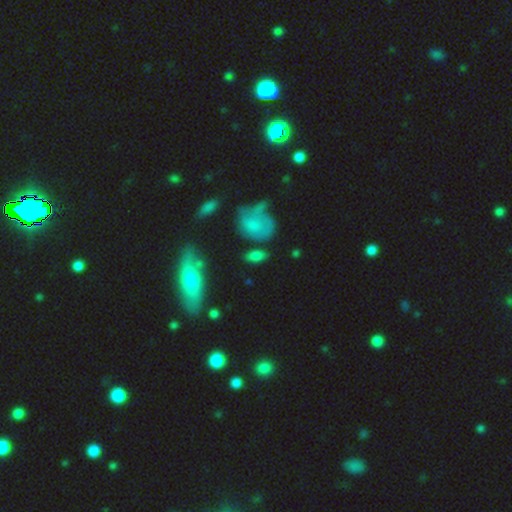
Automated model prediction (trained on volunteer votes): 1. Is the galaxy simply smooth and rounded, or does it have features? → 71% smooth, 18% featured or disk, 11% star or artifact.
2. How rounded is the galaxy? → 77% in between, 13% round, 10% cigar-shaped.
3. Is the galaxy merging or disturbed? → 68% none, 16% minor disturbance, 8% merger, 7% major disturbance.